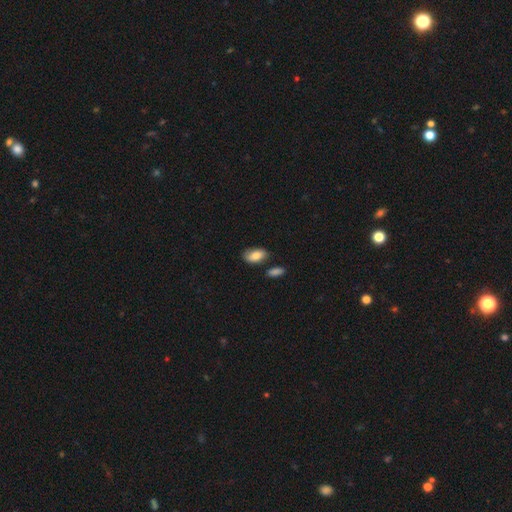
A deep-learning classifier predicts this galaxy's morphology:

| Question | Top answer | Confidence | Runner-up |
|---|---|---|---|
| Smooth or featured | smooth | 81% | featured or disk (12%) |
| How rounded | in between | 92% | round (5%) |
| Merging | none | 70% | minor disturbance (19%) |